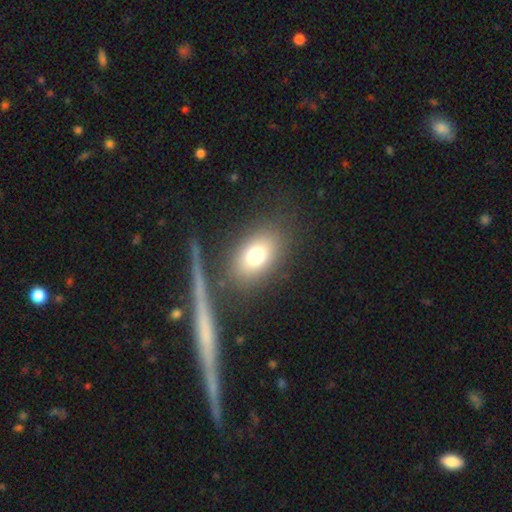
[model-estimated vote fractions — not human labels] smooth 71%, featured or disk 15%, star or artifact 13%. Down the decision tree: how rounded — in between (72%); merging — none (79%).